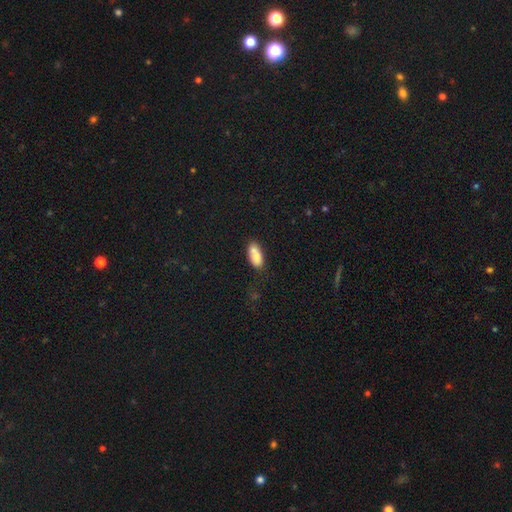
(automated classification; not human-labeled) Morphology: type=smooth (74%); roundness=in between (86%); merging=none (42%).